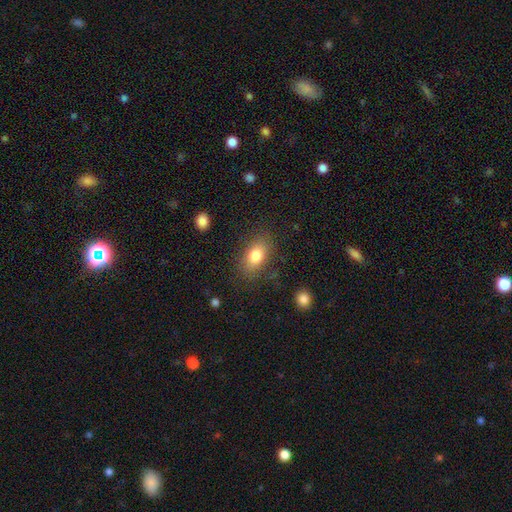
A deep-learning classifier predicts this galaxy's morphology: Smooth or featured? smooth (81%)
How rounded? in between (85%)
Merging? none (80%)